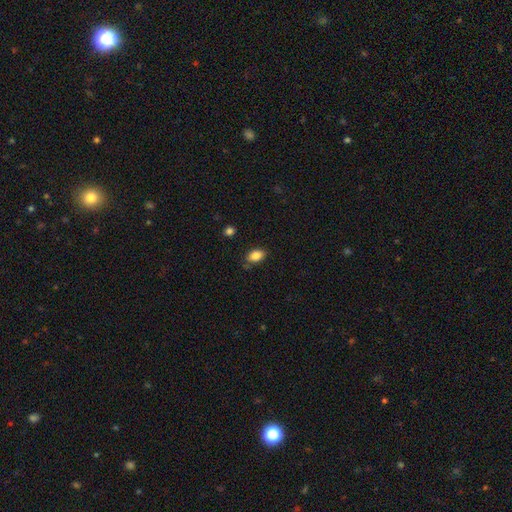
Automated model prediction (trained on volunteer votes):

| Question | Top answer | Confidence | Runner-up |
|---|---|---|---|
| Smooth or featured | smooth | 87% | star or artifact (8%) |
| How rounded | in between | 88% | round (10%) |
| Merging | none | 80% | minor disturbance (15%) |